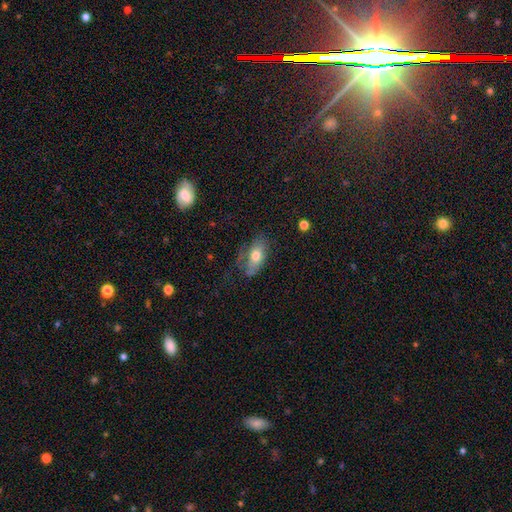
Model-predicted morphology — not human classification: A smooth galaxy with no disk features (67%) that is in between round and cigar-shaped (86%). Merging: none (54%).